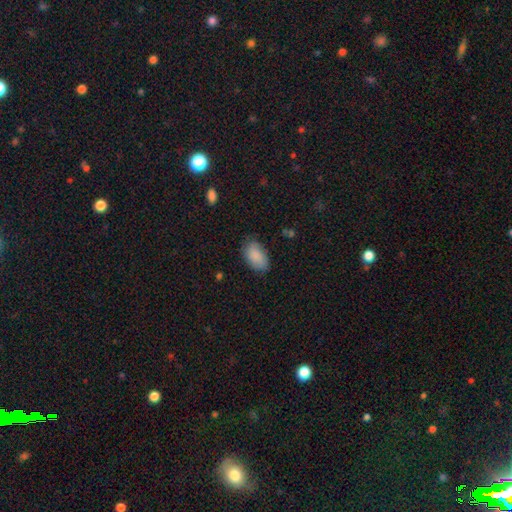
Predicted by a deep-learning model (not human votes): Morphology: type=smooth (88%); roundness=in between (93%); merging=none (78%).